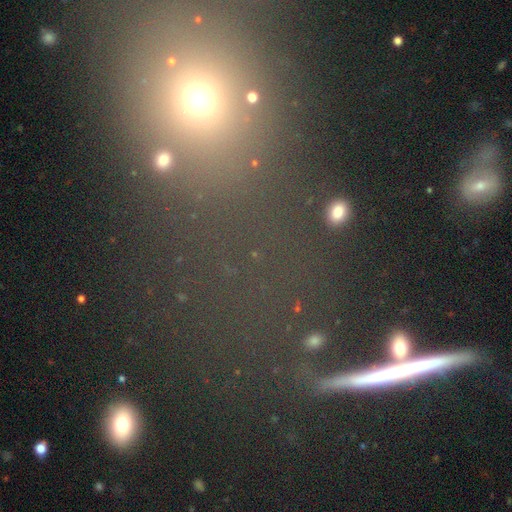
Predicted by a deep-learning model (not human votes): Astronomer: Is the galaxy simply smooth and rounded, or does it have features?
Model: star or artifact — 44% (runner-up: smooth, 42%).